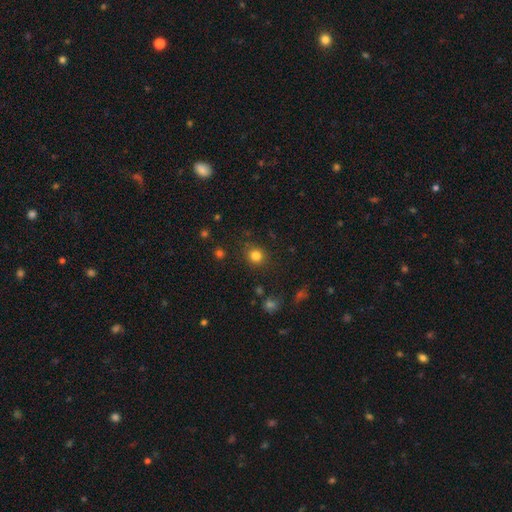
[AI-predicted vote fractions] smooth_or_featured: smooth (p=0.81) [alt: star or artifact p=0.13]
how_rounded: round (p=0.85) [alt: in between p=0.14]
merging: none (p=0.86) [alt: minor disturbance p=0.09]